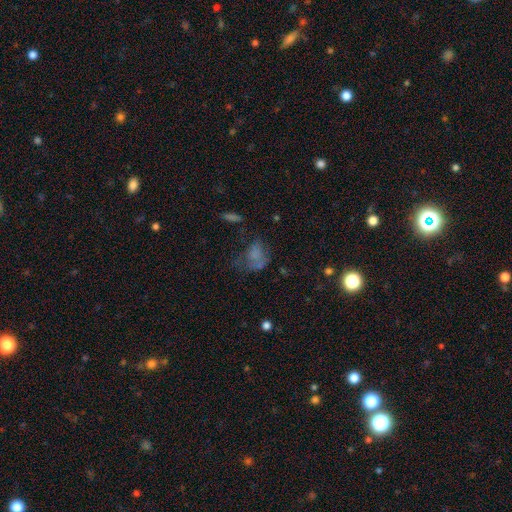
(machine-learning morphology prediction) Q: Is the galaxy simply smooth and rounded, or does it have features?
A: smooth — 54%.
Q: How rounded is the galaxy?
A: in between — 66%.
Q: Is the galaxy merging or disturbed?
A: major disturbance — 39%.